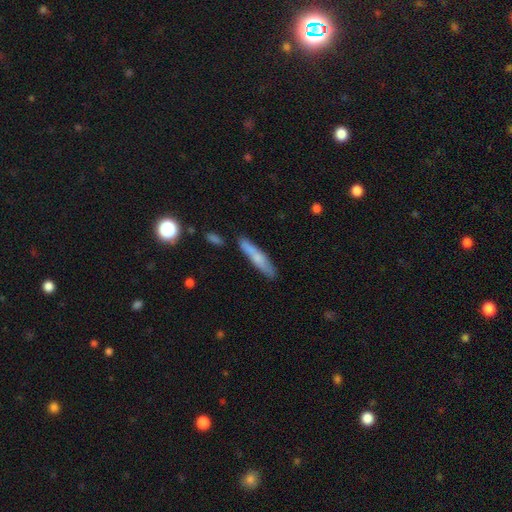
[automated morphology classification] Smooth or featured: smooth — 60% (featured or disk — 33%)
How rounded: cigar-shaped — 89% (in between — 9%)
Merging: none — 79% (minor disturbance — 14%)